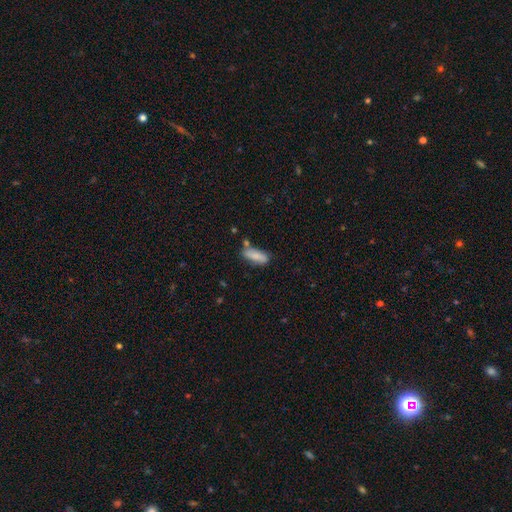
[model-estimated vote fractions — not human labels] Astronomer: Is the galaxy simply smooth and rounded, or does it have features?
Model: smooth — 81%.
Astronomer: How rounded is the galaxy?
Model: in between — 63%.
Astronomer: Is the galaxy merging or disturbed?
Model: none — 62%.